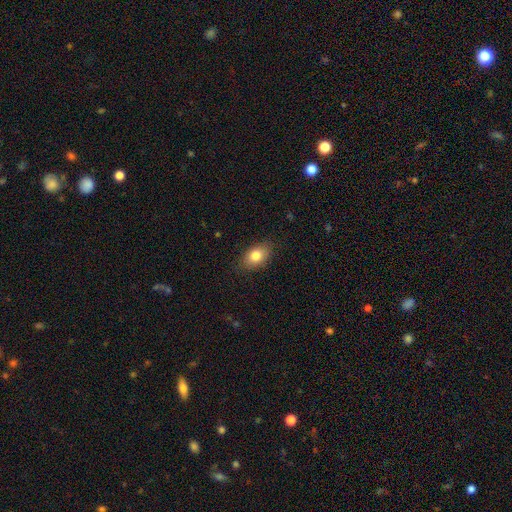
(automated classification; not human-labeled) smooth-or-featured: smooth: 81% | featured or disk: 10% | star or artifact: 8%
  how-rounded: in between: 85% | round: 13% | cigar-shaped: 2%
  merging: none: 84% | minor disturbance: 12% | major disturbance: 3% | merger: 1%